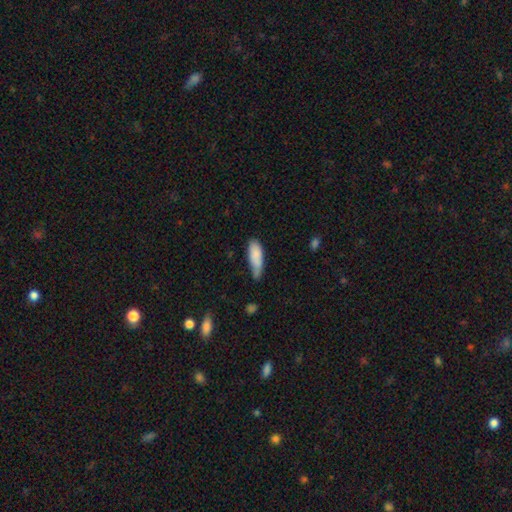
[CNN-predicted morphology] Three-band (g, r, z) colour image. It shows a smooth galaxy with no disk features (83%) that is in between round and cigar-shaped (67%). Merging: minor disturbance (43%).